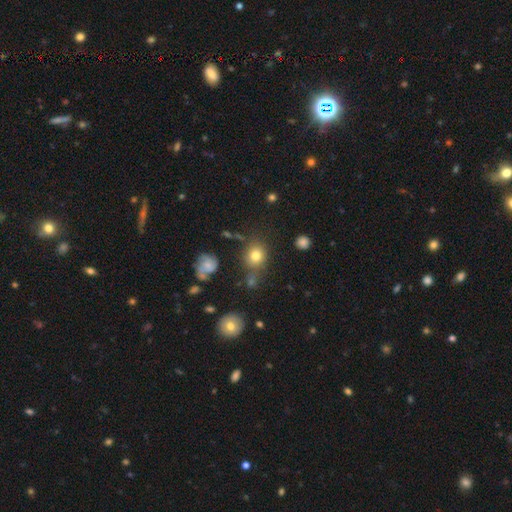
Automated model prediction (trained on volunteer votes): Overall: smooth (78%). How rounded: round (72%). Merging: none (70%).